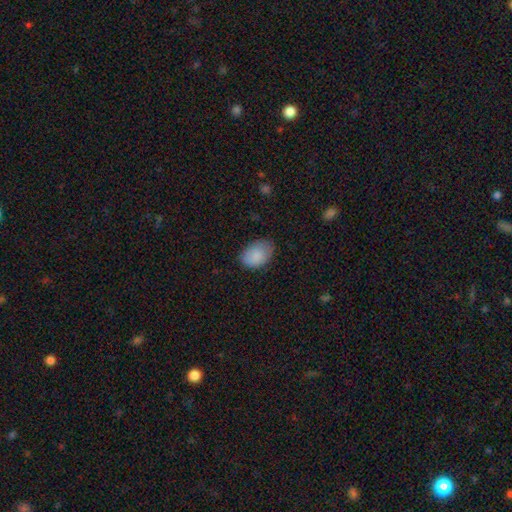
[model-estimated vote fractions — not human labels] A smooth galaxy with no disk features (87%) that is in between round and cigar-shaped (85%). Merging: none (70%).